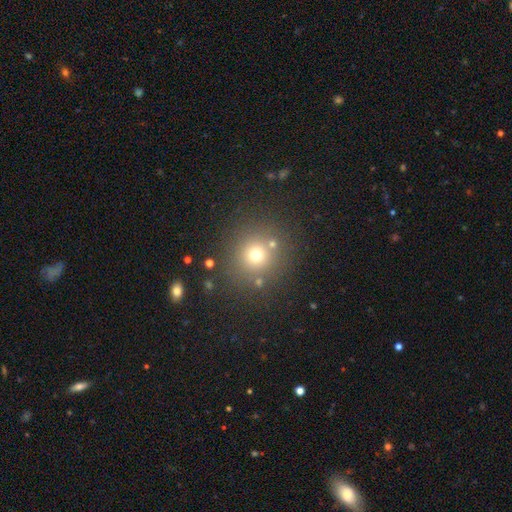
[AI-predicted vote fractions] A smooth galaxy with no disk features (66%) that is round (92%).

Vote fractions:
- Smooth or featured? smooth: 66% / star or artifact: 23% / featured or disk: 10%
- How rounded? round: 92% / in between: 8% / cigar-shaped: 1%
- Merging? none: 80% / merger: 9% / minor disturbance: 8% / major disturbance: 3%